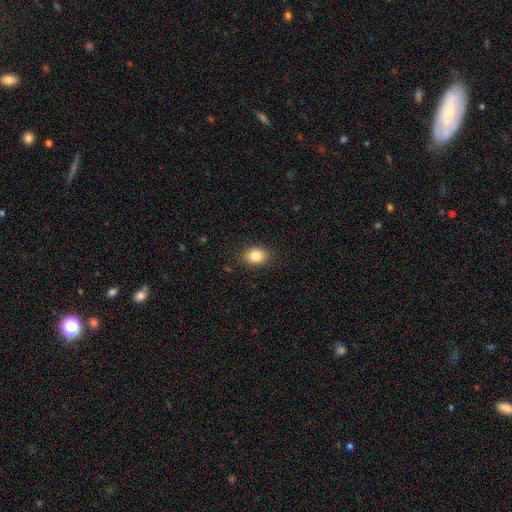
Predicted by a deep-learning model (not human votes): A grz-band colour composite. It shows a smooth galaxy with no disk features (83%) that is in between round and cigar-shaped (71%). Merging: none (87%).